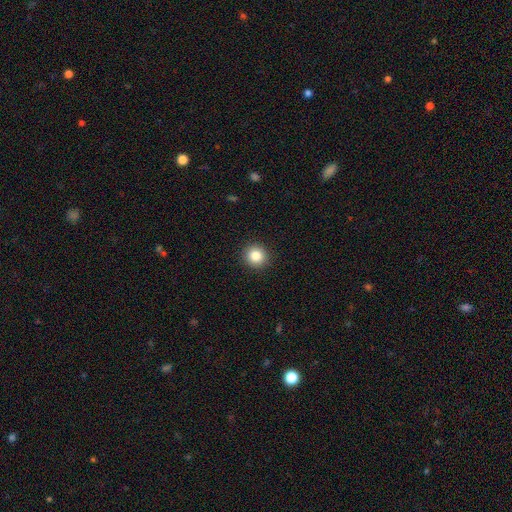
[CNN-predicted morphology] Smooth or featured? smooth (84%)
How rounded? round (92%)
Merging? none (92%)